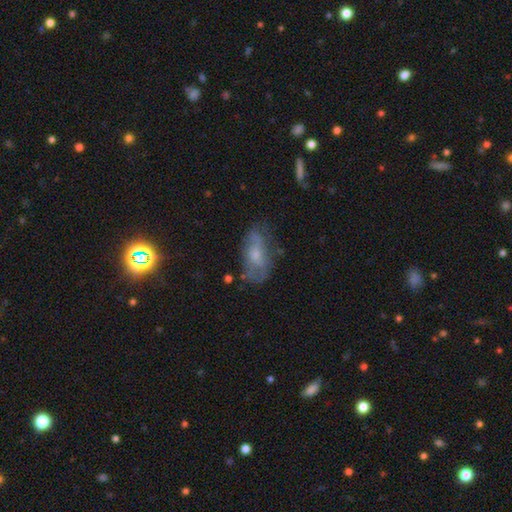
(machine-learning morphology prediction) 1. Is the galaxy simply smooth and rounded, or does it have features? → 50% featured or disk, 37% smooth, 13% star or artifact.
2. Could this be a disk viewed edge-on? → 90% no, 10% yes.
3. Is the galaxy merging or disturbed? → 54% none, 27% minor disturbance, 16% major disturbance, 3% merger.